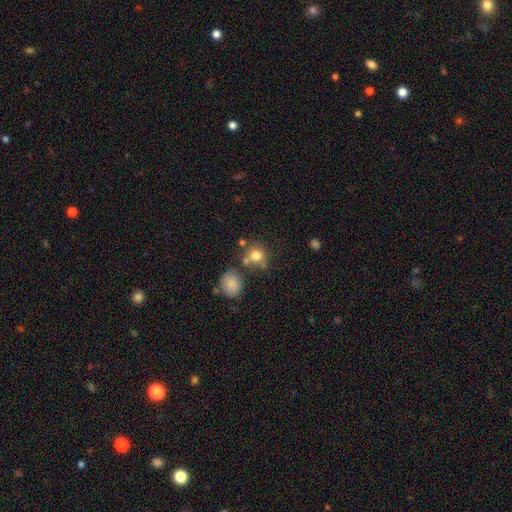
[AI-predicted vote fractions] smooth 77%, star or artifact 12%, featured or disk 11%. Down the decision tree: how rounded — round (79%); merging — none (57%).